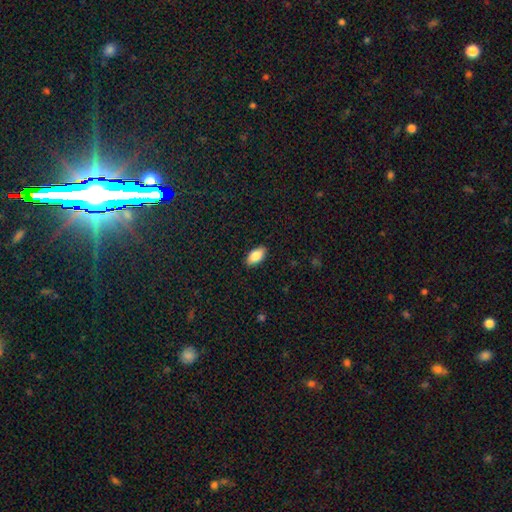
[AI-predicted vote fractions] A smooth galaxy with no disk features (84%) that is in between round and cigar-shaped (93%). Merging: none (89%).